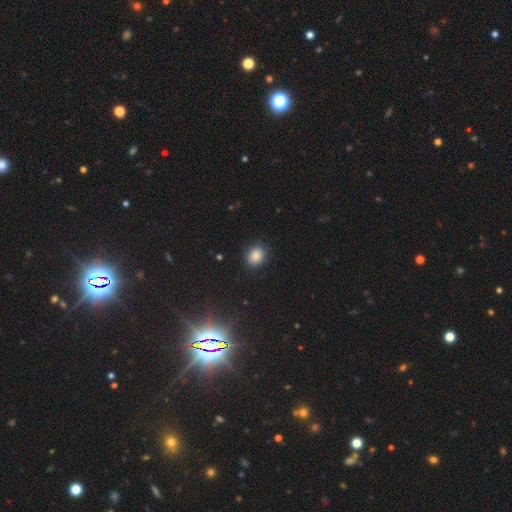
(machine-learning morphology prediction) type=smooth (85%); roundness=round (55%); merging=none (86%).